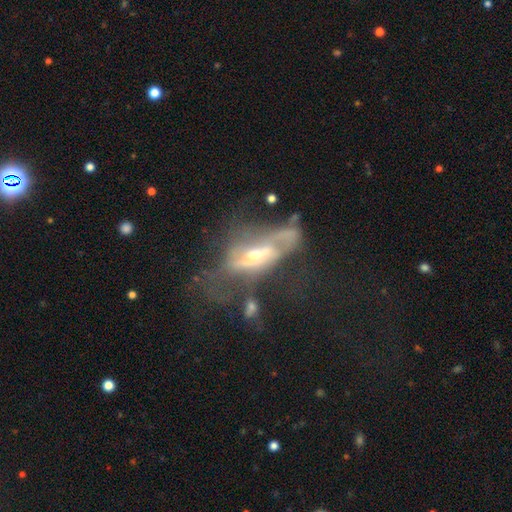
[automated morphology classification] A featured or disk galaxy (68%).

Vote fractions:
- Smooth or featured? featured or disk: 68% / smooth: 23% / star or artifact: 9%
- Edge-on disk? no: 71% / yes: 29%
- Merging? major disturbance: 48% / none: 23% / minor disturbance: 16% / merger: 13%